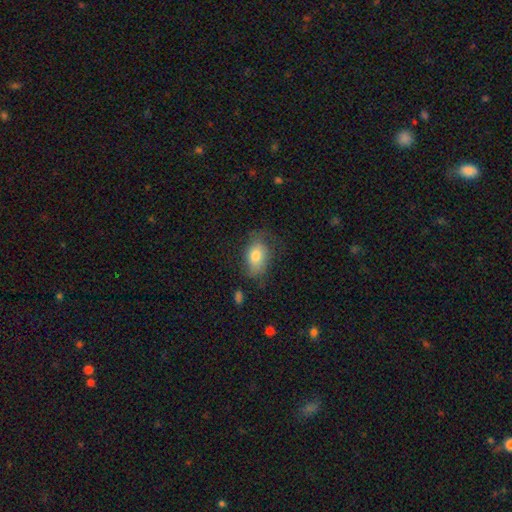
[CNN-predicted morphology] Overall: smooth (74%). How rounded: in between (83%). Merging: none (51%; minor disturbance 28%).